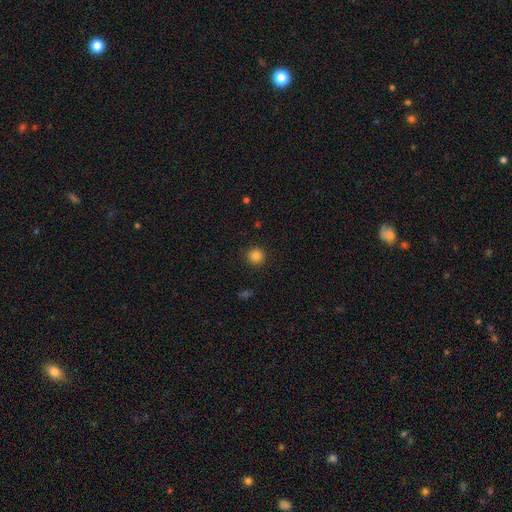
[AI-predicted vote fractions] smooth-or-featured: smooth: 84% | star or artifact: 12% | featured or disk: 4%
  how-rounded: round: 95% | in between: 4% | cigar-shaped: 1%
  merging: none: 92% | minor disturbance: 5% | major disturbance: 2% | merger: 1%